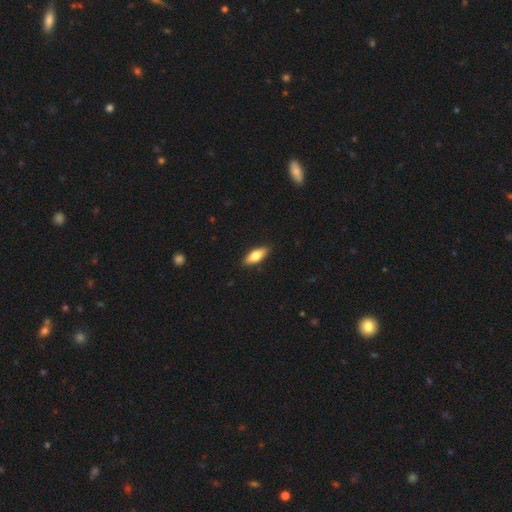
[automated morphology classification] smooth_or_featured: smooth (p=0.67) [alt: featured or disk p=0.27]
how_rounded: in between (p=0.70) [alt: cigar-shaped p=0.27]
merging: none (p=0.89) [alt: minor disturbance p=0.08]